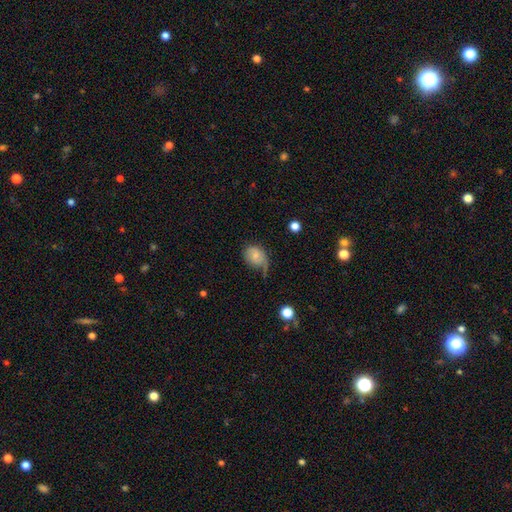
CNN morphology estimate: smooth 67%, featured or disk 24%, star or artifact 9%. Down the decision tree: how rounded — in between (54%); merging — none (36%).